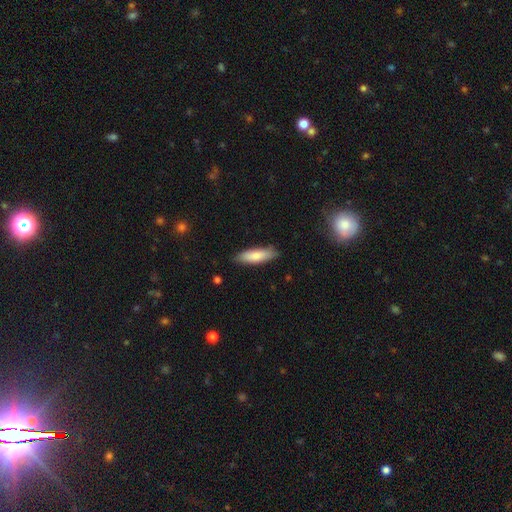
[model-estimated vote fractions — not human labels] Smooth or featured?
  - smooth: 80% *
  - featured or disk: 15%
  - star or artifact: 5%
How rounded?
  - cigar-shaped: 53% *
  - in between: 45%
  - round: 2%
Merging?
  - none: 84% *
  - minor disturbance: 13%
  - major disturbance: 2%
  - merger: 1%